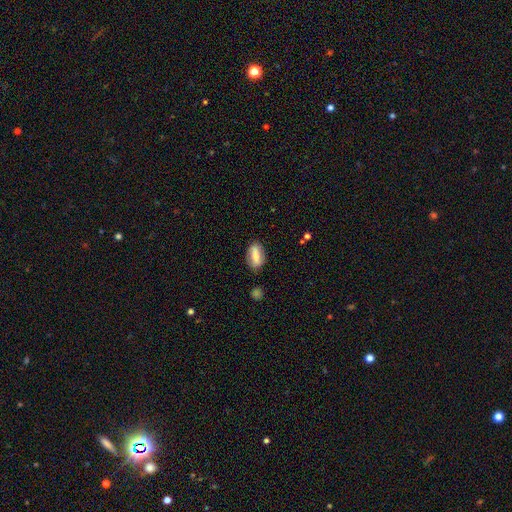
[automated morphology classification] smooth_or_featured: smooth (p=0.72) [alt: featured or disk p=0.21]
how_rounded: in between (p=0.83) [alt: cigar-shaped p=0.11]
merging: none (p=0.81) [alt: minor disturbance p=0.14]